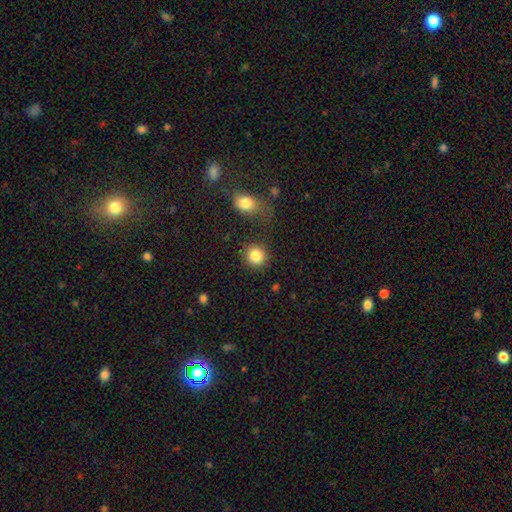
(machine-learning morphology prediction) smooth-or-featured: smooth: 85% | star or artifact: 9% | featured or disk: 6%
  how-rounded: round: 89% | in between: 10% | cigar-shaped: 1%
  merging: none: 82% | minor disturbance: 9% | merger: 5% | major disturbance: 4%